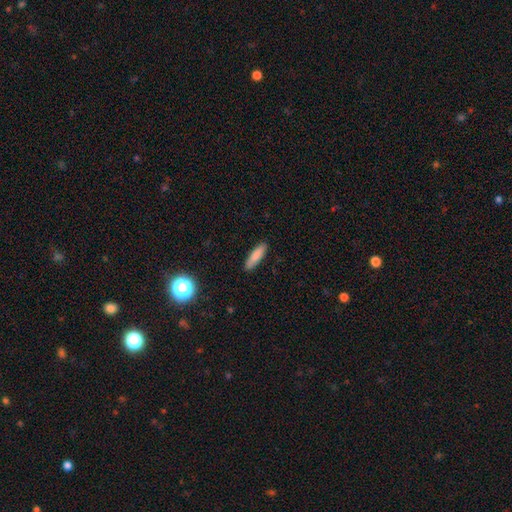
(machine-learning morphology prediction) This is clearly a smooth galaxy (84%). How rounded: likely cigar-shaped (68%). Merging: clearly none (89%).